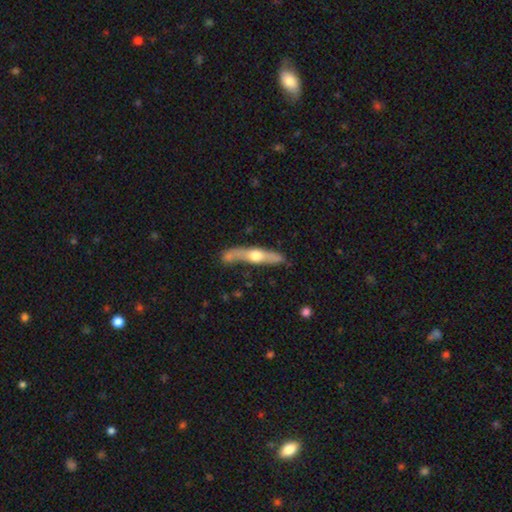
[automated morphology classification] This is likely a featured or disk galaxy (62%). It is clearly viewed edge-on (89%). Edge-on bulge: clearly rounded (94%). Merging: likely none (69%).